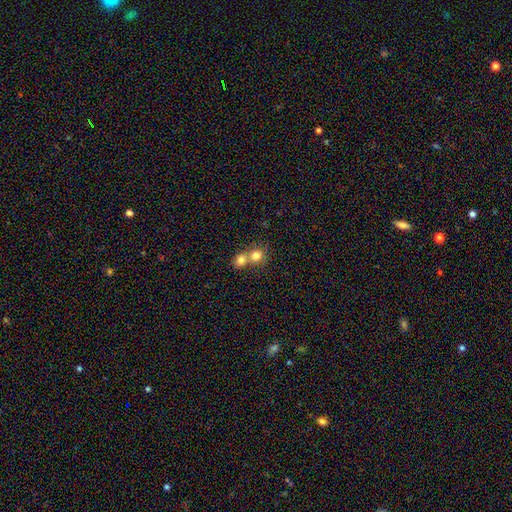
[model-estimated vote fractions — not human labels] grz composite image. It shows a smooth galaxy with no disk features (78%) that is round (78%). Merging: merger (65%).